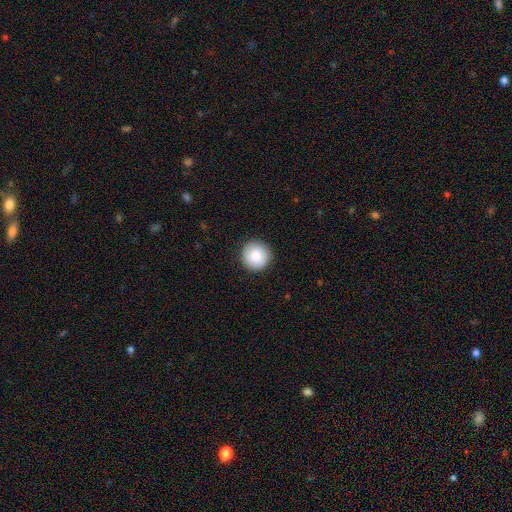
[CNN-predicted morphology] type=smooth (83%); roundness=round (96%); merging=none (92%).